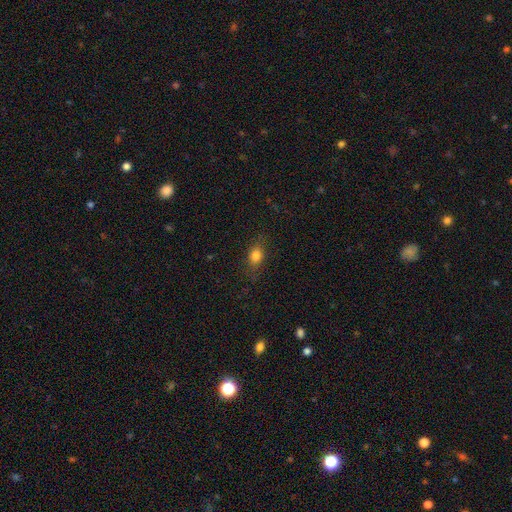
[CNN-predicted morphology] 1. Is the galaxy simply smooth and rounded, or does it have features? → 79% smooth, 12% star or artifact, 9% featured or disk.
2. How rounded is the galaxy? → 65% in between, 30% round, 5% cigar-shaped.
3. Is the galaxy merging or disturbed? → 77% none, 16% minor disturbance, 6% major disturbance, 1% merger.